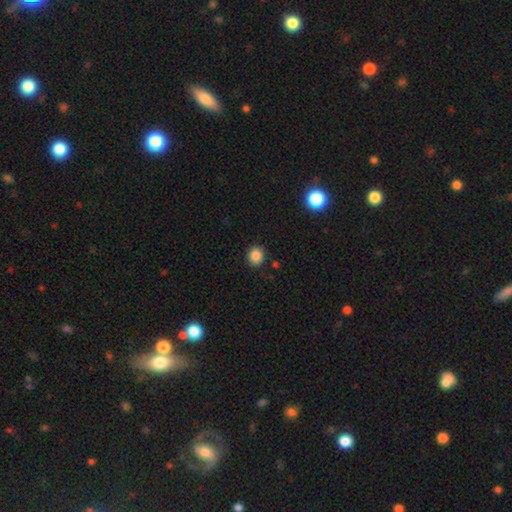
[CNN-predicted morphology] smooth-or-featured: smooth: 86% | star or artifact: 11% | featured or disk: 3%
  how-rounded: round: 82% | in between: 17% | cigar-shaped: 1%
  merging: none: 88% | minor disturbance: 8% | major disturbance: 2% | merger: 2%